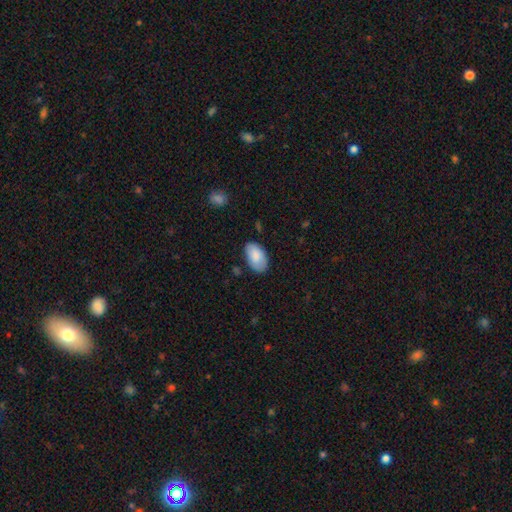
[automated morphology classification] Smooth or featured? smooth (83%)
How rounded? in between (95%)
Merging? none (79%)